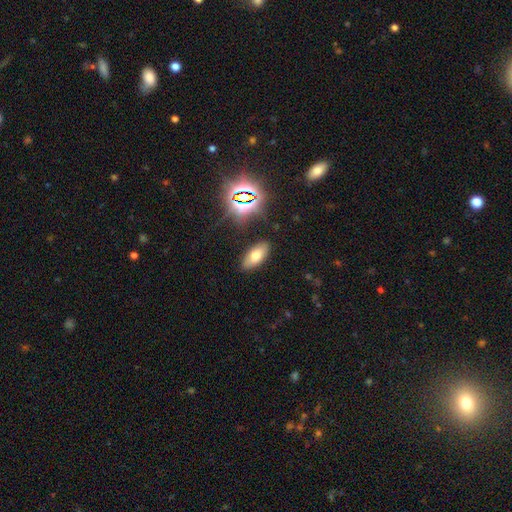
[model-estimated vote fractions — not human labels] Smooth or featured?
  - smooth: 66% *
  - featured or disk: 17%
  - star or artifact: 17%
How rounded?
  - in between: 88% *
  - cigar-shaped: 9%
  - round: 4%
Merging?
  - none: 84% *
  - minor disturbance: 11%
  - major disturbance: 3%
  - merger: 2%